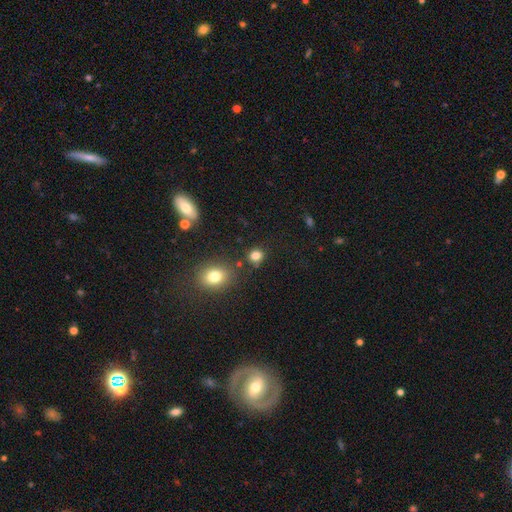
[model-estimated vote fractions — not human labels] Q: Smooth or featured?
A: smooth (80%); runner-up: star or artifact (14%)
Q: How rounded?
A: round (71%); runner-up: in between (27%)
Q: Merging?
A: none (77%); runner-up: minor disturbance (12%)